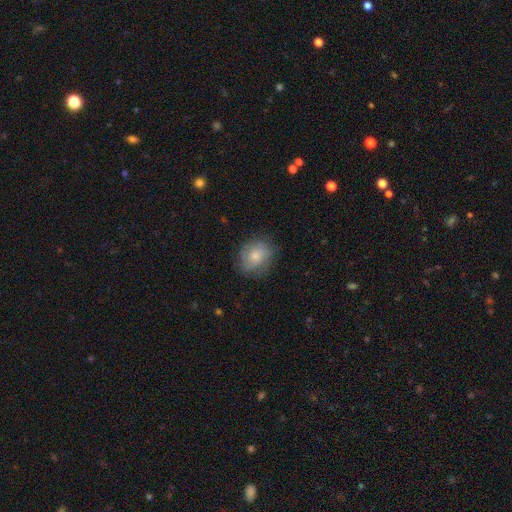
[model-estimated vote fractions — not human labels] This is likely a smooth galaxy (62%). How rounded: possibly round (55%). Merging: likely none (73%).